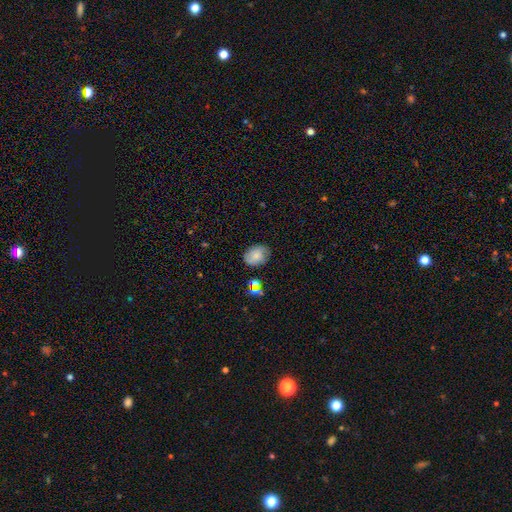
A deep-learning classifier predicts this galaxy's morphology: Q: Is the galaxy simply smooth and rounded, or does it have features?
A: smooth — 67%.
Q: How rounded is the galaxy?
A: in between — 61%.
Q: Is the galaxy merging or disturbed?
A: none — 73%.